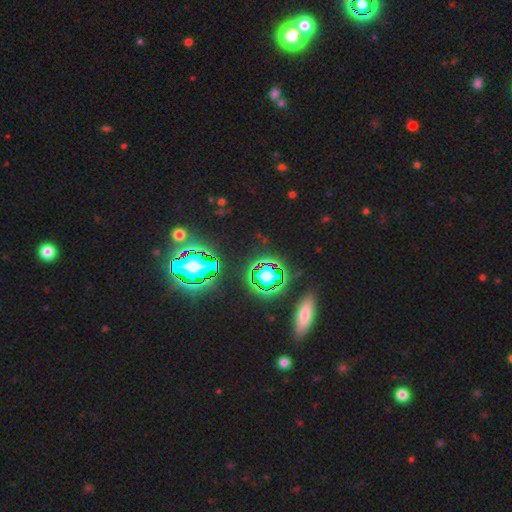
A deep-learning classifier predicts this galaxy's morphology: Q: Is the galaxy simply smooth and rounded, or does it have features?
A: star or artifact — 73%.